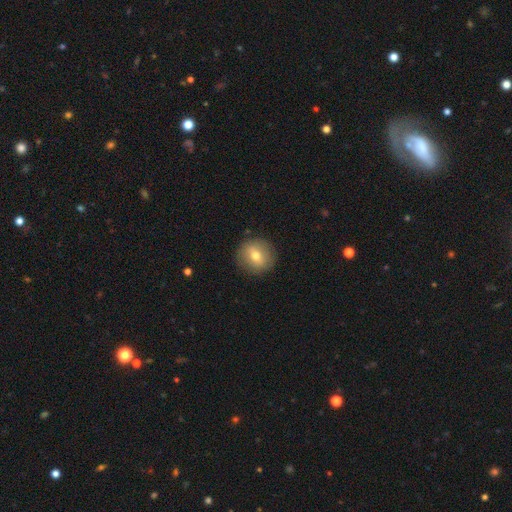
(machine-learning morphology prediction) This appears to be a smooth galaxy with no disk features (67%) that is round (91%). Merging: none (88%).